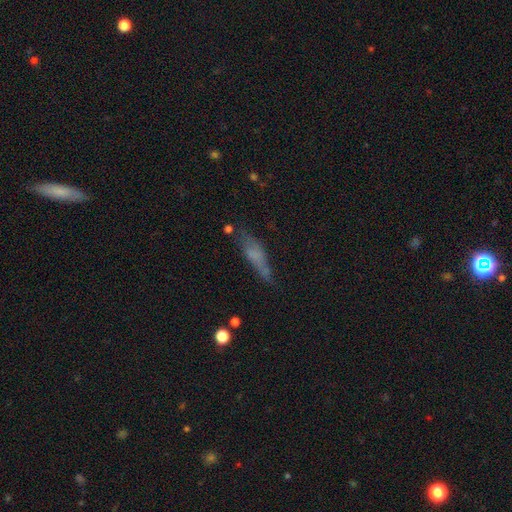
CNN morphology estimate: Smooth or featured: smooth — 54% (featured or disk — 33%)
How rounded: cigar-shaped — 72% (in between — 25%)
Merging: none — 57% (minor disturbance — 26%)